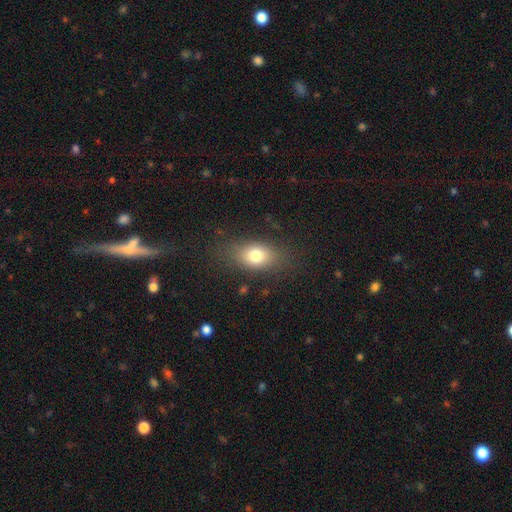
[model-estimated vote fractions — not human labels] This is likely a smooth galaxy (77%). How rounded: likely in between (77%). Merging: likely none (79%).